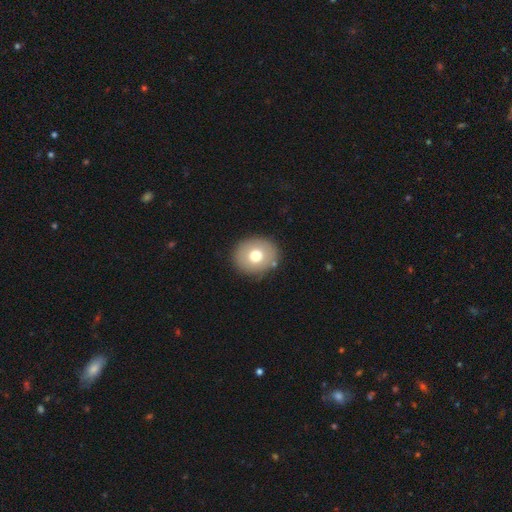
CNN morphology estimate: Overall: smooth (71%). How rounded: round (76%). Merging: none (86%).